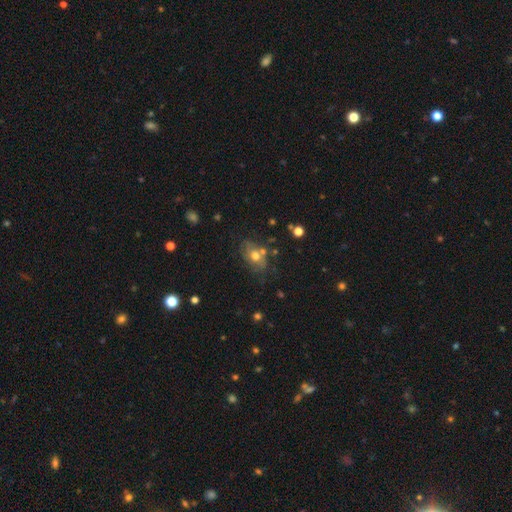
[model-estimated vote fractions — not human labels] Morphology: type=smooth (51%); roundness=in between (68%); merging=none (56%).